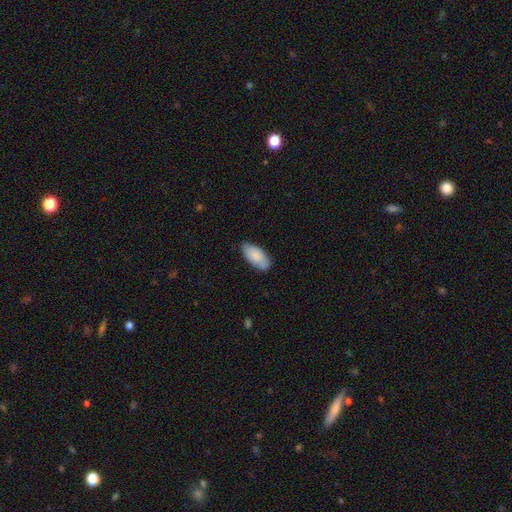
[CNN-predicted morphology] type=smooth (85%); roundness=in between (92%); merging=none (73%).